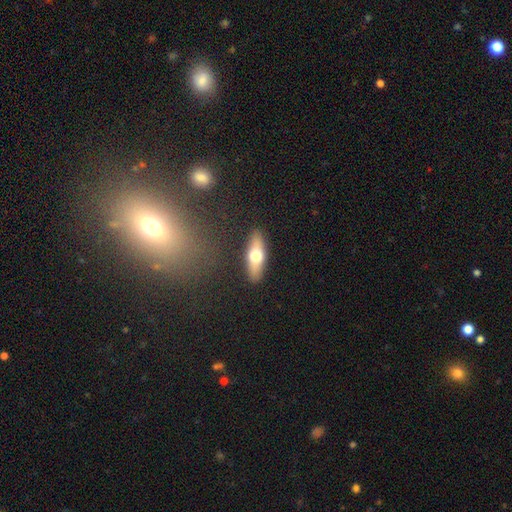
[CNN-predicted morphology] smooth_or_featured: smooth (p=0.58) [alt: featured or disk p=0.36]
how_rounded: in between (p=0.56) [alt: cigar-shaped p=0.41]
merging: none (p=0.89) [alt: minor disturbance p=0.08]